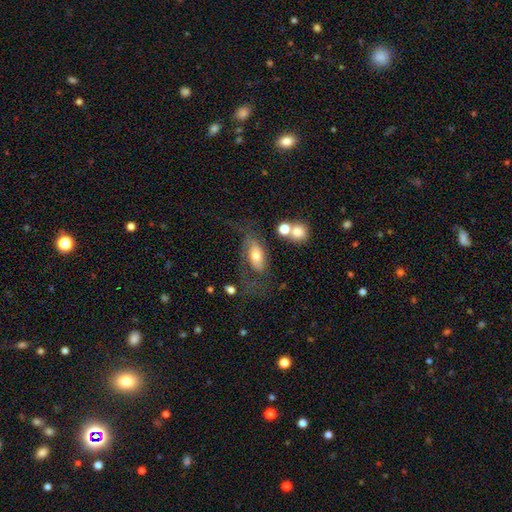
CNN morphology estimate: This is possibly a smooth galaxy (54%). How rounded: clearly in between (83%). Merging: marginally none (40%).